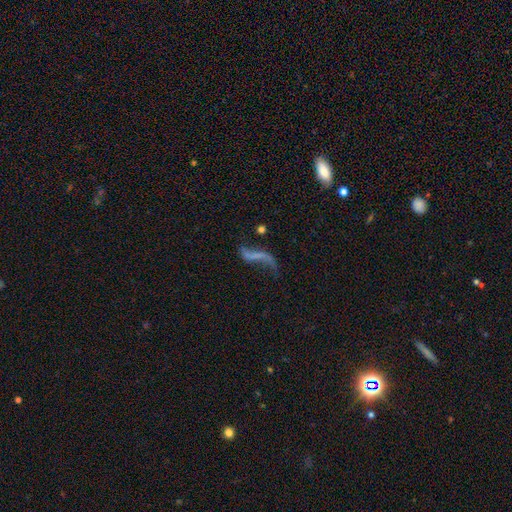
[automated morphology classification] A featured or disk galaxy (65%) with no bar (48%), spiral arms (72%) and no central bulge (73%). Merging: none (42%).